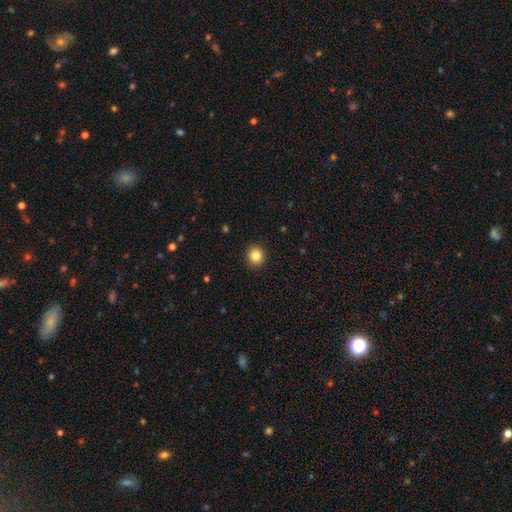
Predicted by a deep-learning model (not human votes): This appears to be a smooth galaxy with no disk features (85%) that is round (86%). Merging: none (92%).